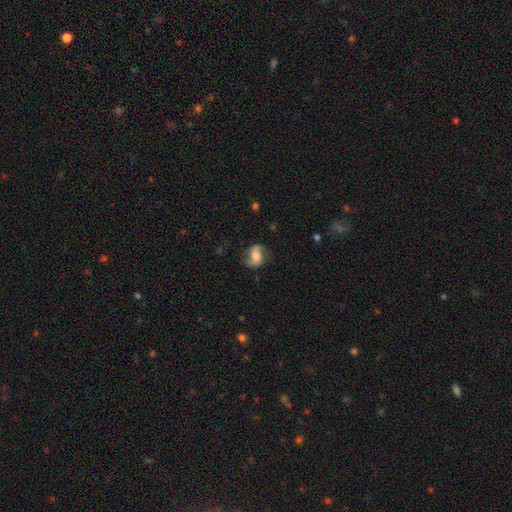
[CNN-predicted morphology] Smooth or featured?
  - featured or disk: 63% *
  - smooth: 29%
  - star or artifact: 8%
Edge-on disk?
  - no: 97% *
  - yes: 3%
Bar?
  - no: 42% *
  - weak: 37%
  - strong: 20%
Spiral arms?
  - yes: 91% *
  - no: 9%
Spiral winding?
  - loose: 57% *
  - medium: 32%
  - tight: 10%
Spiral arm count?
  - 2: 90% *
  - can't tell: 4%
  - 1: 3%
  - 3: 1%
  - 4: 1%
  - more than 4: 1%
Bulge size?
  - moderate: 50% *
  - small: 26%
  - large: 14%
  - none: 7%
  - dominant: 2%
Merging?
  - none: 72% *
  - minor disturbance: 18%
  - major disturbance: 8%
  - merger: 1%